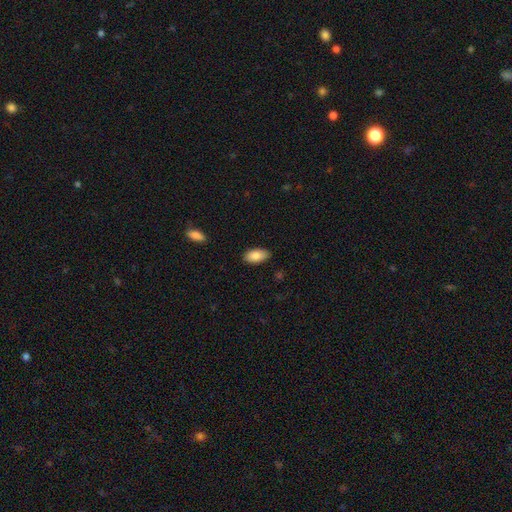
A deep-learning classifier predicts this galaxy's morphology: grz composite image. It shows a smooth galaxy with no disk features (87%) that is in between round and cigar-shaped (94%). Merging: none (86%).